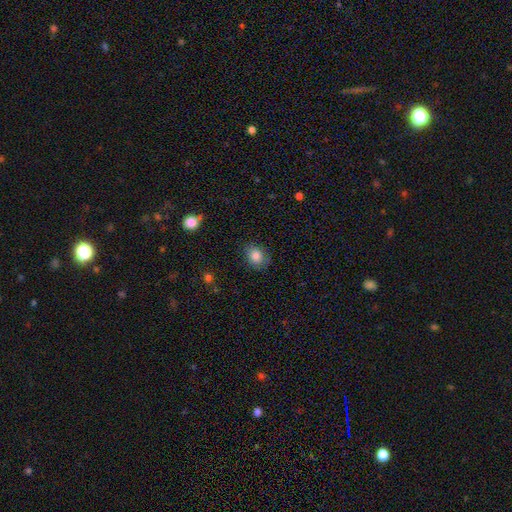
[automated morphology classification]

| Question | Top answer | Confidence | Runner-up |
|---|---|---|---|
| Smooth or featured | smooth | 84% | star or artifact (9%) |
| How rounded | in between | 52% | round (47%) |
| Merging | none | 76% | minor disturbance (18%) |